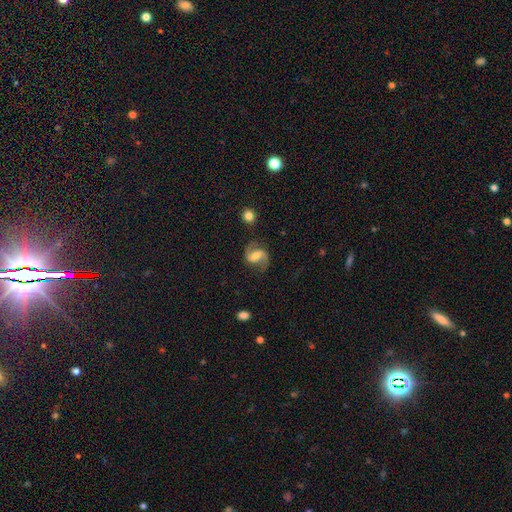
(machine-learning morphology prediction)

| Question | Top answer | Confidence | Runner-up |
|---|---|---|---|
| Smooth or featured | featured or disk | 84% | smooth (10%) |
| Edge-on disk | no | 98% | yes (2%) |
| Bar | weak | 45% | strong (28%) |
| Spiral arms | yes | 96% | no (4%) |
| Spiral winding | medium | 47% | loose (41%) |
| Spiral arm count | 2 | 93% | 1 (2%) |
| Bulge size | moderate | 56% | small (29%) |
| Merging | none | 77% | minor disturbance (14%) |